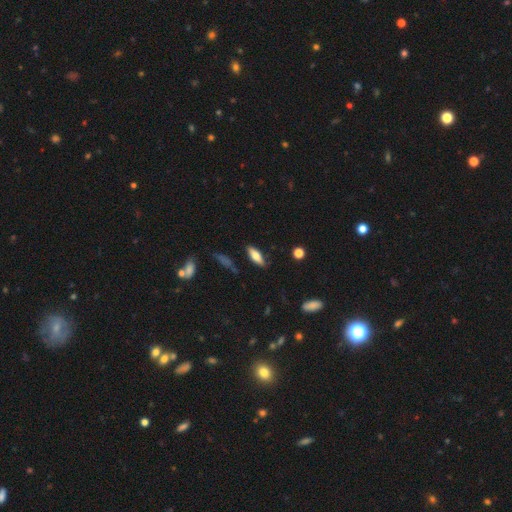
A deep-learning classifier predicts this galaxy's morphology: The model was most divided on "how rounded": in between: 62%, cigar-shaped: 36%, round: 3%. More confident: merging — none (81%); smooth or featured — smooth (66%).